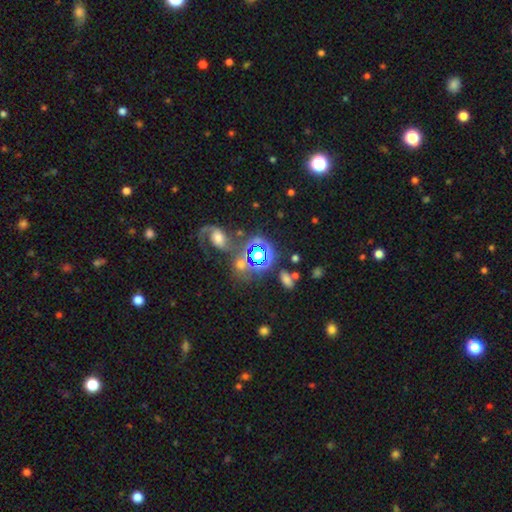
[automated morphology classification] smooth_or_featured: star or artifact (p=0.42) [alt: smooth p=0.39]